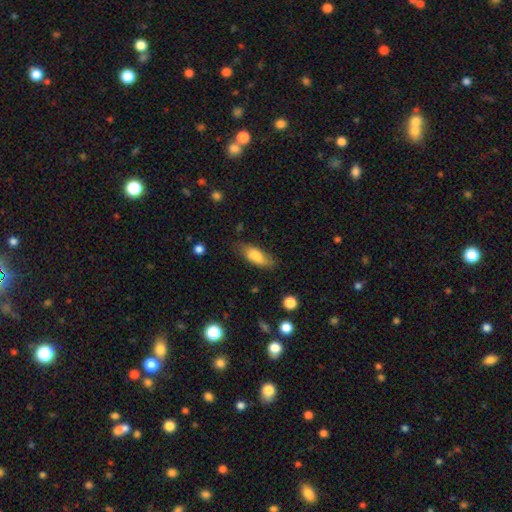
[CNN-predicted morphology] This appears to be a smooth galaxy with no disk features (76%) that is in between round and cigar-shaped (72%). Merging: none (74%).